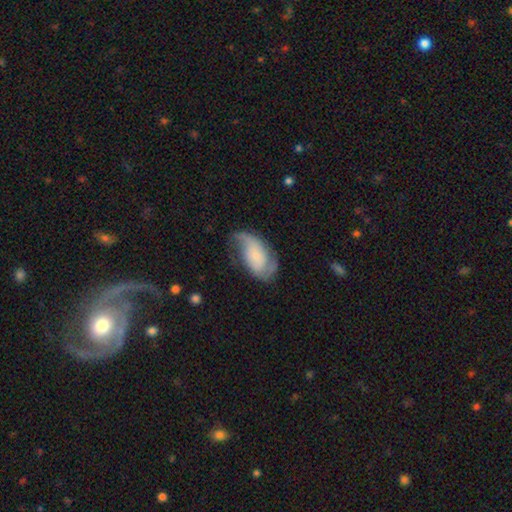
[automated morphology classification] Overall: featured or disk (63%; smooth 30%). Edge-on disk: no (96%). Bar: no (64%; weak 28%). Spiral arms: yes (89%). Spiral arm count: 2 (76%). Spiral winding: loose (44%; medium 37%). Bulge size: small (55%; none 18%). Merging: none (51%; minor disturbance 28%).